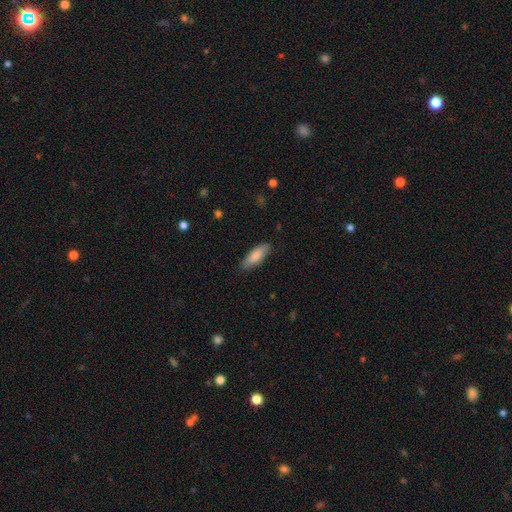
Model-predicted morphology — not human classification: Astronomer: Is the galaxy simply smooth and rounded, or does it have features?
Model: smooth — 82%.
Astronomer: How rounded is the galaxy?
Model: in between — 64%.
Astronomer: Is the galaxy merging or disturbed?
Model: none — 82%.